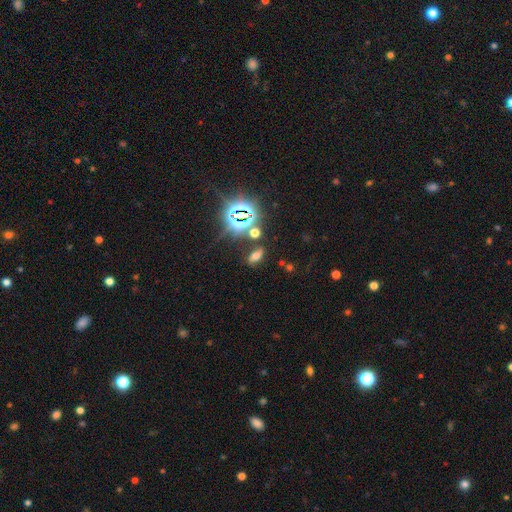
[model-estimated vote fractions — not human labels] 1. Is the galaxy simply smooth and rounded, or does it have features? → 45% smooth, 42% star or artifact, 13% featured or disk.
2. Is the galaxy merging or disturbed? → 81% none, 10% minor disturbance, 5% merger, 4% major disturbance.